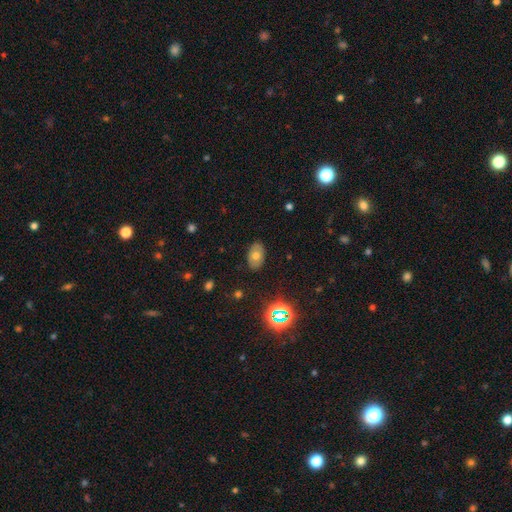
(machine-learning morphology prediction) Overall: smooth (63%). How rounded: in between (89%). Merging: none (85%).